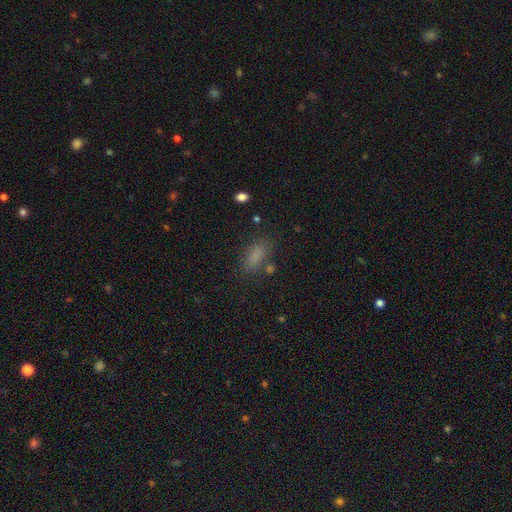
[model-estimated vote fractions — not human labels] Morphology: type=smooth (80%); roundness=in between (83%); merging=none (74%).